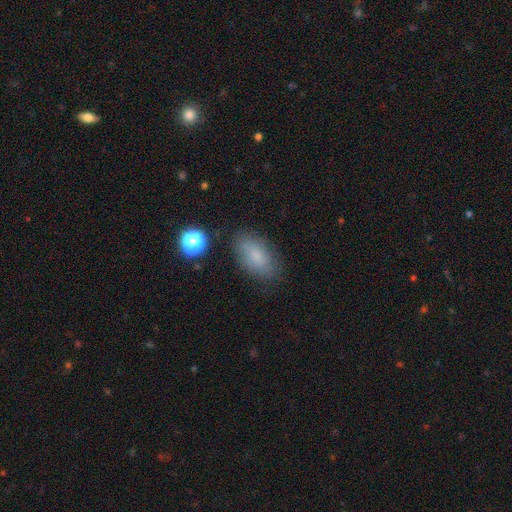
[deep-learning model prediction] This is clearly a smooth galaxy (81%). How rounded: clearly in between (91%). Merging: clearly none (80%).